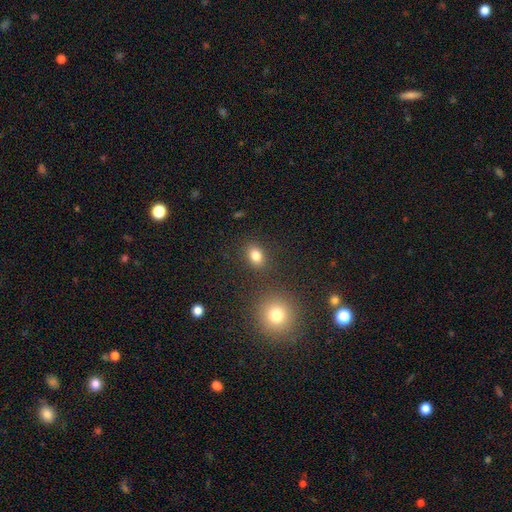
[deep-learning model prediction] Smooth or featured? Predicted: smooth (p=0.82). How rounded? Predicted: in between (p=0.70). Merging? Predicted: none (p=0.82).